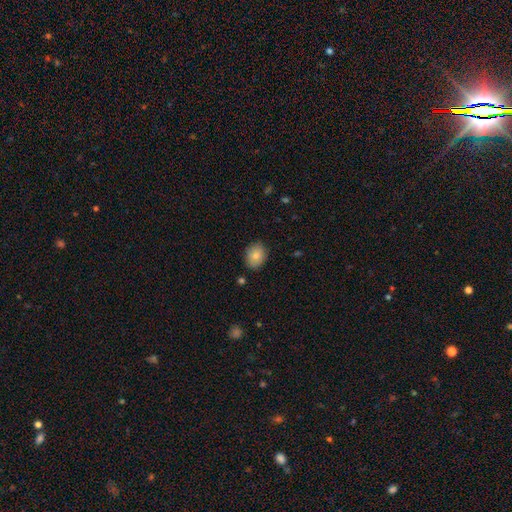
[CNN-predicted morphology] smooth-or-featured: smooth: 83% | featured or disk: 9% | star or artifact: 8%
  how-rounded: in between: 62% | round: 37% | cigar-shaped: 1%
  merging: none: 84% | minor disturbance: 12% | major disturbance: 2% | merger: 1%